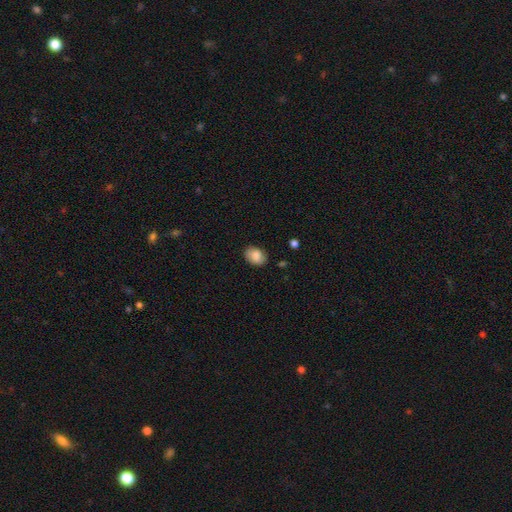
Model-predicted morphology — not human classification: A smooth galaxy with no disk features (86%) that is in between round and cigar-shaped (74%). Merging: none (83%).